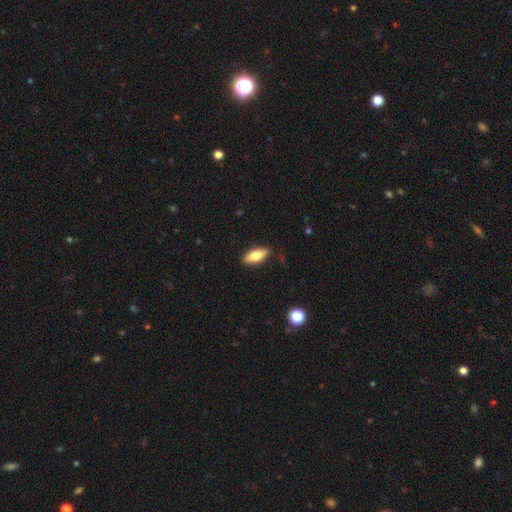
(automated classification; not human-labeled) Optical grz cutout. It shows a smooth galaxy with no disk features (77%) that is in between round and cigar-shaped (76%). Merging: none (87%).